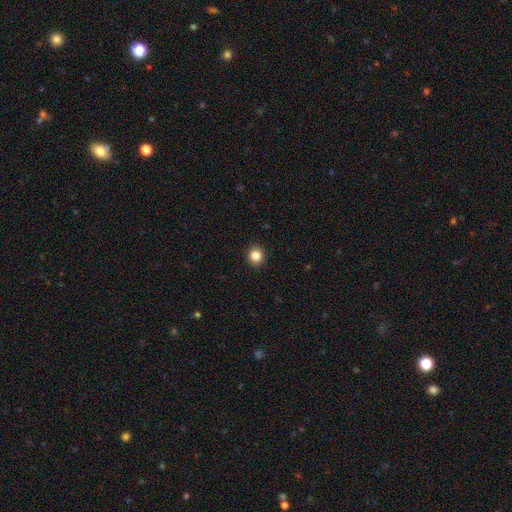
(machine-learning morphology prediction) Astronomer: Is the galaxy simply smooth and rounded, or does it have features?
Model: smooth — 85%.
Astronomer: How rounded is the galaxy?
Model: round — 86%.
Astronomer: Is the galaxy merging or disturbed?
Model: none — 93%.